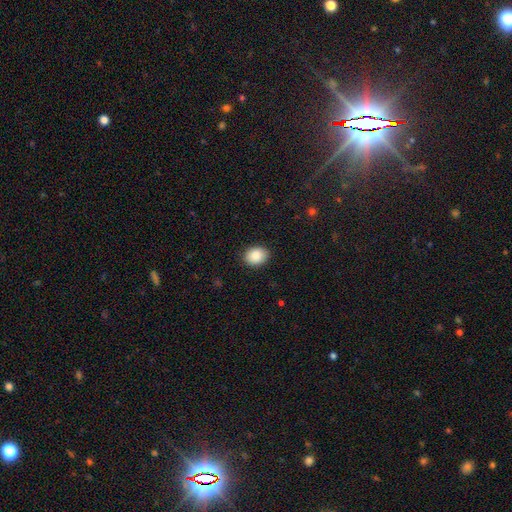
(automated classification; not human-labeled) The model was most divided on "how rounded": in between: 56%, round: 44%, cigar-shaped: 1%. More confident: merging — none (90%); smooth or featured — smooth (89%).